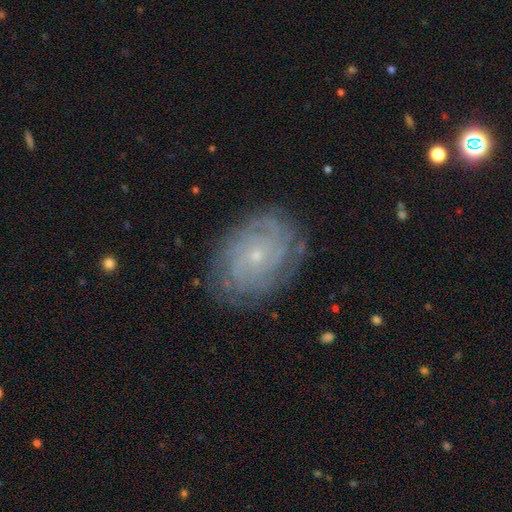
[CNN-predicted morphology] Smooth or featured? featured or disk (81%)
Edge-on disk? no (97%)
Bar? no (80%)
Spiral arms? yes (94%)
Spiral winding? tight (77%)
Spiral arm count? can't tell (38%)
Bulge size? small (83%)
Merging? none (81%)